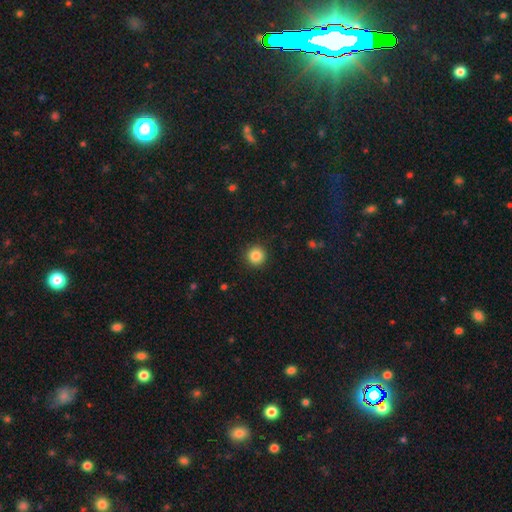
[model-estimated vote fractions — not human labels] smooth_or_featured: smooth (p=0.86) [alt: star or artifact p=0.10]
how_rounded: round (p=0.95) [alt: in between p=0.04]
merging: none (p=0.91) [alt: minor disturbance p=0.05]